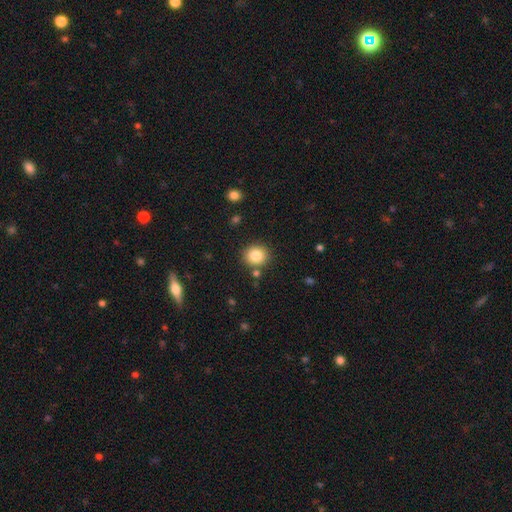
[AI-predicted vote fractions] A smooth galaxy with no disk features (84%) that is round (86%). Merging: none (85%).